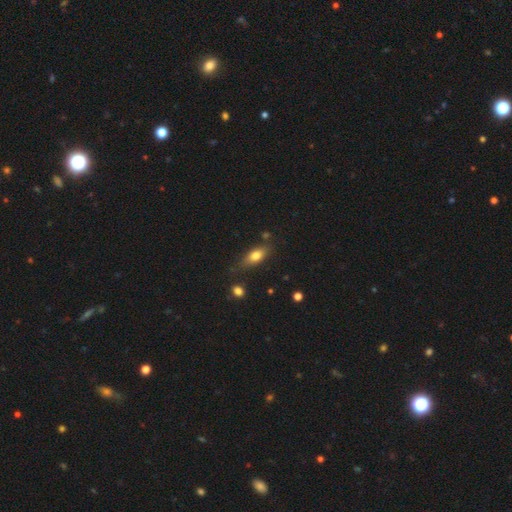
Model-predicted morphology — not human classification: smooth_or_featured: smooth (p=0.76) [alt: featured or disk p=0.16]
how_rounded: in between (p=0.77) [alt: cigar-shaped p=0.18]
merging: none (p=0.71) [alt: minor disturbance p=0.20]